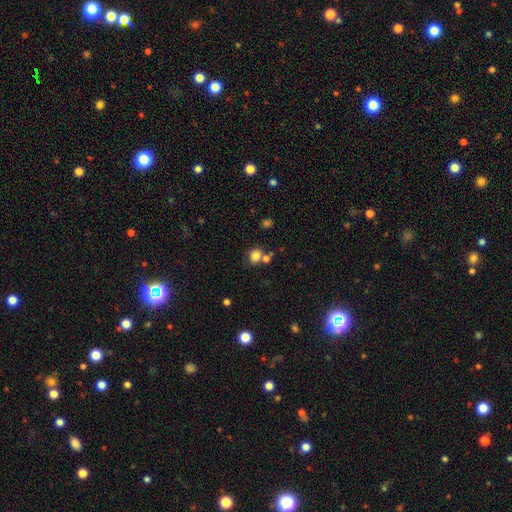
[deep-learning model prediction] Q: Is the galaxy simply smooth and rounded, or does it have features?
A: smooth — 81%.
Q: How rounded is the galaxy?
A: round — 69%.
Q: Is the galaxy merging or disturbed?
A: none — 61%.